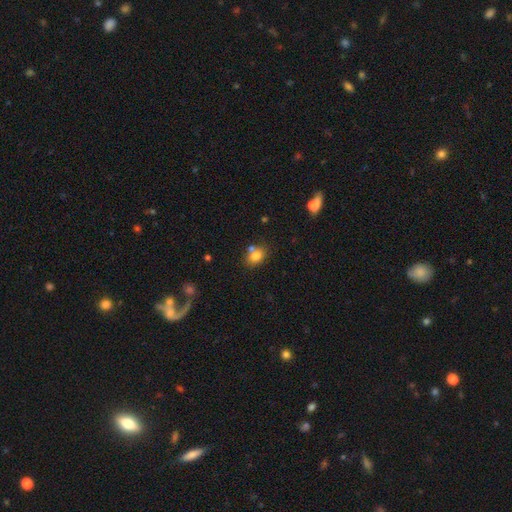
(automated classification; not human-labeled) A smooth galaxy with no disk features (79%) that is in between round and cigar-shaped (57%).

Vote fractions:
- Smooth or featured? smooth: 79% / star or artifact: 11% / featured or disk: 10%
- How rounded? in between: 57% / round: 42% / cigar-shaped: 1%
- Merging? none: 62% / merger: 21% / minor disturbance: 13% / major disturbance: 4%